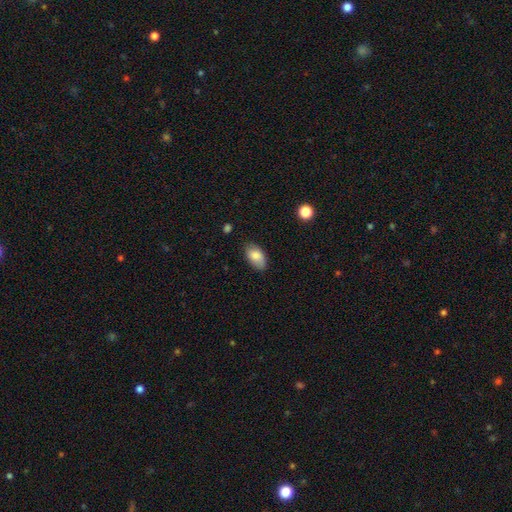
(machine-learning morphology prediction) Smooth or featured?
  - smooth: 83% *
  - featured or disk: 9%
  - star or artifact: 7%
How rounded?
  - in between: 92% *
  - round: 6%
  - cigar-shaped: 2%
Merging?
  - none: 77% *
  - minor disturbance: 19%
  - major disturbance: 3%
  - merger: 1%